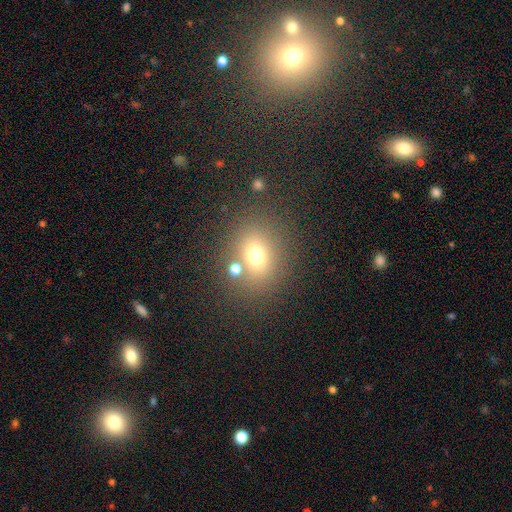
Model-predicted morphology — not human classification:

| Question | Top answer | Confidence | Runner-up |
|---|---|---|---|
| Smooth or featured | smooth | 69% | star or artifact (18%) |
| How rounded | round | 58% | in between (41%) |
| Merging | none | 72% | merger (11%) |